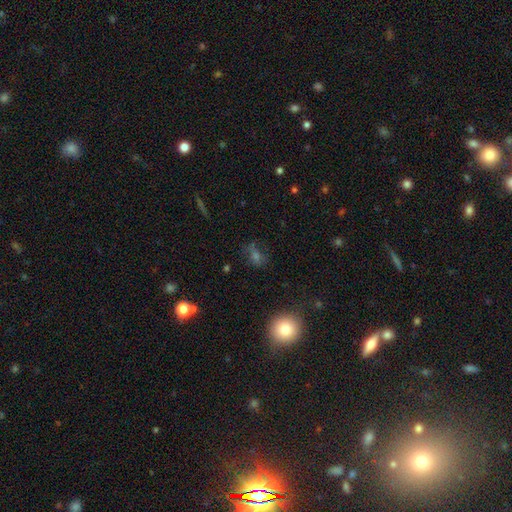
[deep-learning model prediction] smooth-or-featured: smooth: 46% | star or artifact: 33% | featured or disk: 21%
  merging: none: 68% | minor disturbance: 16% | major disturbance: 12% | merger: 4%